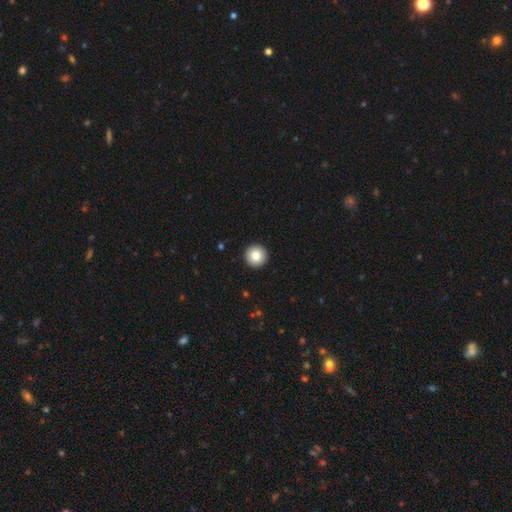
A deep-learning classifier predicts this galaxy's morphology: type=smooth (83%); roundness=round (97%); merging=none (94%).